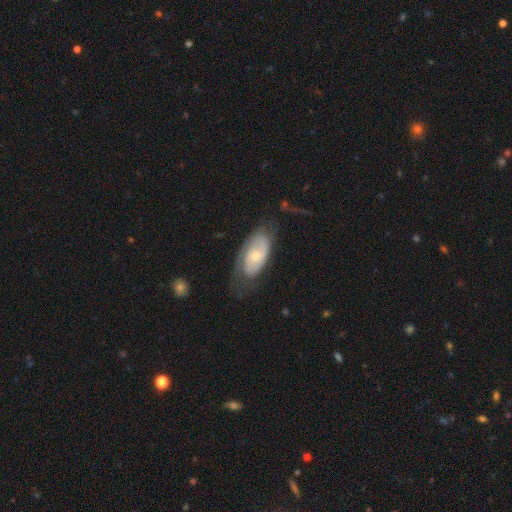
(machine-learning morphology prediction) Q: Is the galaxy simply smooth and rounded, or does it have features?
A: featured or disk — 63%.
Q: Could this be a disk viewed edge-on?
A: no — 93%.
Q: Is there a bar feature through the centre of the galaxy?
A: no — 76%.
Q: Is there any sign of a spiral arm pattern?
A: yes — 75%.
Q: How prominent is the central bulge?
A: small — 55%.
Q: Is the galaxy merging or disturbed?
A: none — 54%.